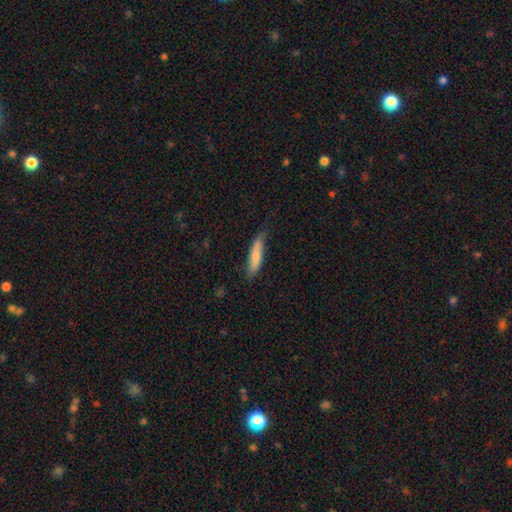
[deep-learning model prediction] smooth-or-featured: smooth: 78% | featured or disk: 16% | star or artifact: 5%
  how-rounded: cigar-shaped: 80% | in between: 19% | round: 2%
  merging: none: 69% | minor disturbance: 25% | major disturbance: 4% | merger: 2%